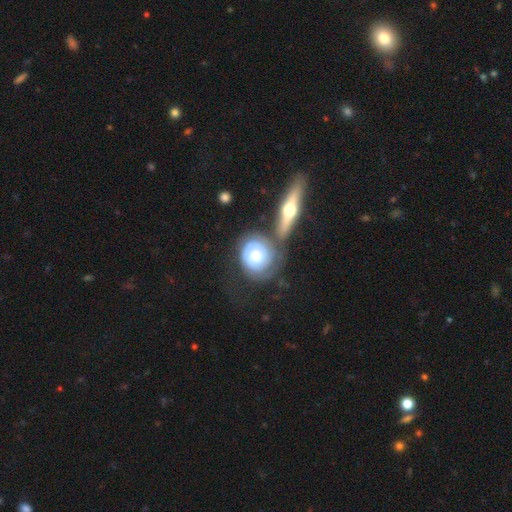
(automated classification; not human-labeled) Overall: featured or disk (71%). Edge-on disk: no (91%). Bar: no (82%). Spiral arms: yes (74%). Bulge size: moderate (73%). Merging: none (49%; merger 25%).